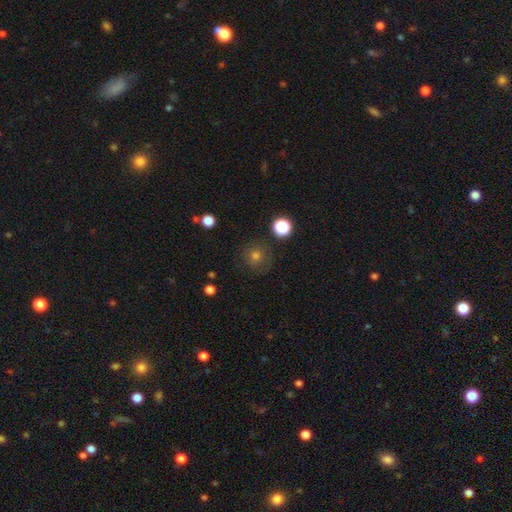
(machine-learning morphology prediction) A smooth galaxy with no disk features (65%) that is round (93%).

Vote fractions:
- Smooth or featured? smooth: 65% / star or artifact: 23% / featured or disk: 12%
- How rounded? round: 93% / in between: 6% / cigar-shaped: 1%
- Merging? none: 84% / minor disturbance: 10% / major disturbance: 4% / merger: 2%